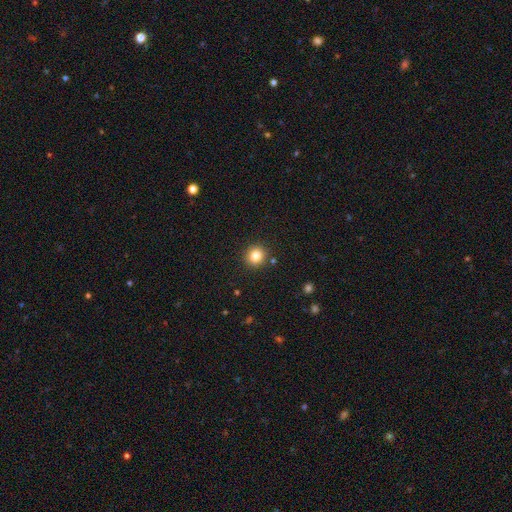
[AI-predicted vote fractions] This appears to be a smooth galaxy with no disk features (84%) that is round (91%). Merging: none (91%).